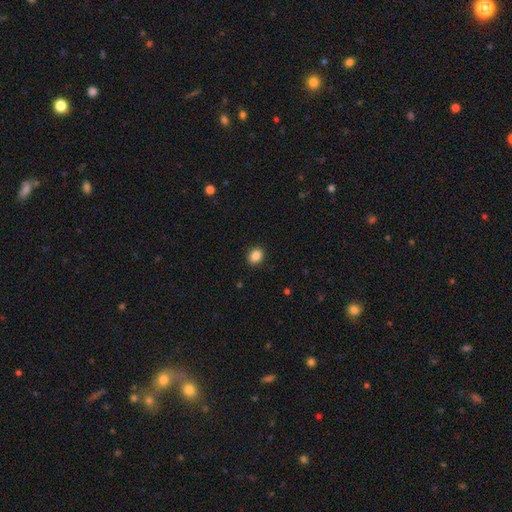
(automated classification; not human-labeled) Overall: smooth (88%). How rounded: in between (53%; round 46%). Merging: none (90%).